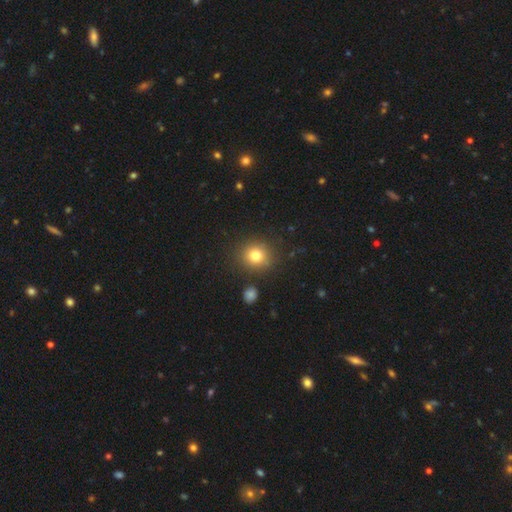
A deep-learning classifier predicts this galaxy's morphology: This is likely a smooth galaxy (80%). How rounded: clearly round (86%). Merging: clearly none (86%).